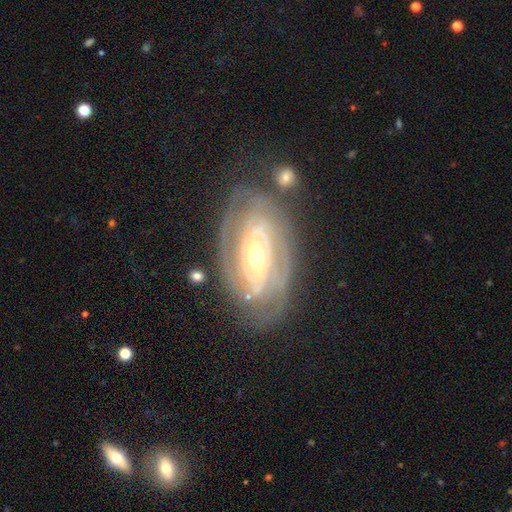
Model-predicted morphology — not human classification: Smooth or featured? Predicted: featured or disk (p=0.85). Edge-on disk? Predicted: no (p=0.94). Bar? Predicted: no (p=0.39). Spiral arms? Predicted: yes (p=0.89). Spiral winding? Predicted: tight (p=0.70). Spiral arm count? Predicted: 2 (p=0.43). Bulge size? Predicted: moderate (p=0.52). Merging? Predicted: none (p=0.73).